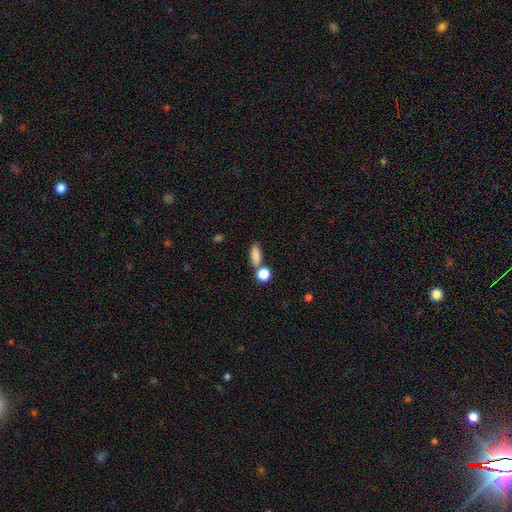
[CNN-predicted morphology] type=smooth (84%); roundness=in between (68%); merging=none (60%).